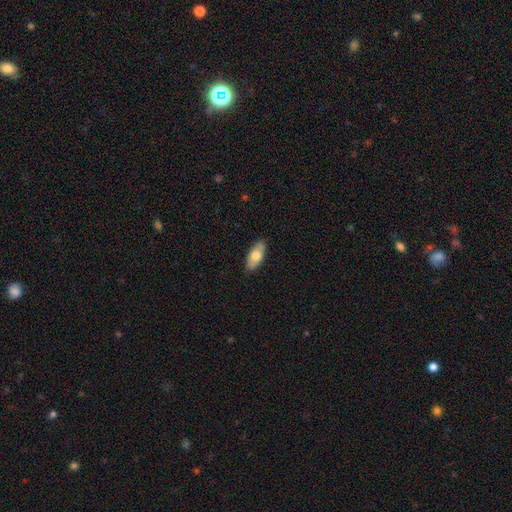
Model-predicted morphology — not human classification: This appears to be a smooth galaxy with no disk features (72%) that is in between round and cigar-shaped (88%). Merging: none (88%).